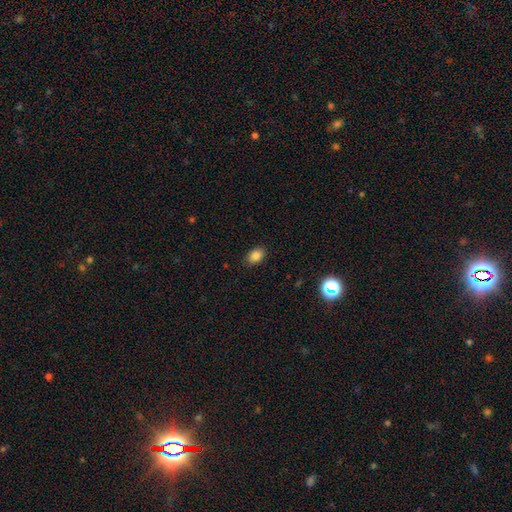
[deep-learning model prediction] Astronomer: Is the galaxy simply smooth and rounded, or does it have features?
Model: smooth — 84%.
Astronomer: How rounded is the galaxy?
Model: in between — 83%.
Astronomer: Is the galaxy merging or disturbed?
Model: none — 85%.